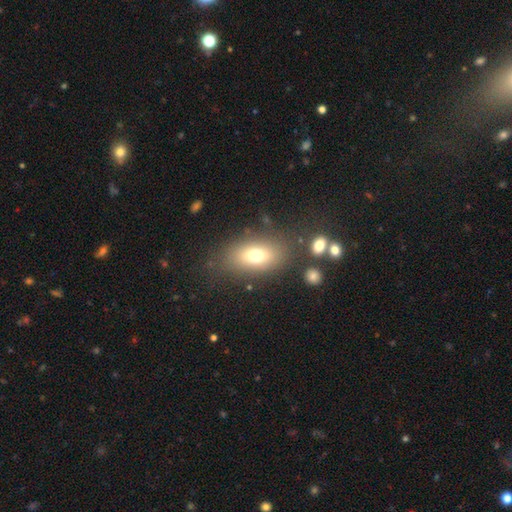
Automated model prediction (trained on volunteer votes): A smooth galaxy with no disk features (72%) that is in between round and cigar-shaped (82%).

Vote fractions:
- Smooth or featured? smooth: 72% / featured or disk: 17% / star or artifact: 12%
- How rounded? in between: 82% / round: 14% / cigar-shaped: 4%
- Merging? none: 78% / minor disturbance: 12% / major disturbance: 6% / merger: 4%